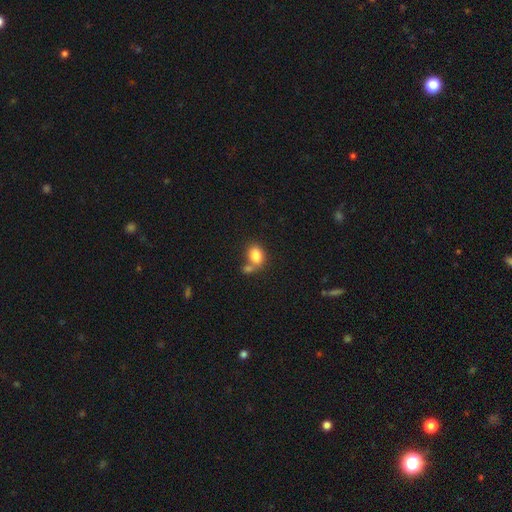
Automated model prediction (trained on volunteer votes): Smooth or featured: smooth — 83% (star or artifact — 9%)
How rounded: in between — 74% (round — 25%)
Merging: none — 45% (merger — 37%)